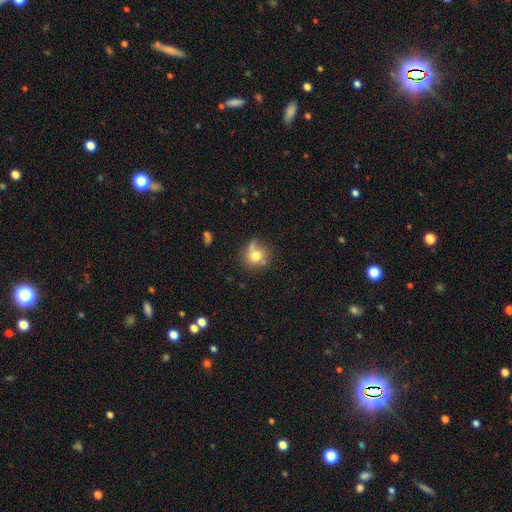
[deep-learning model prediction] Smooth or featured? smooth (73%)
How rounded? round (84%)
Merging? none (56%)